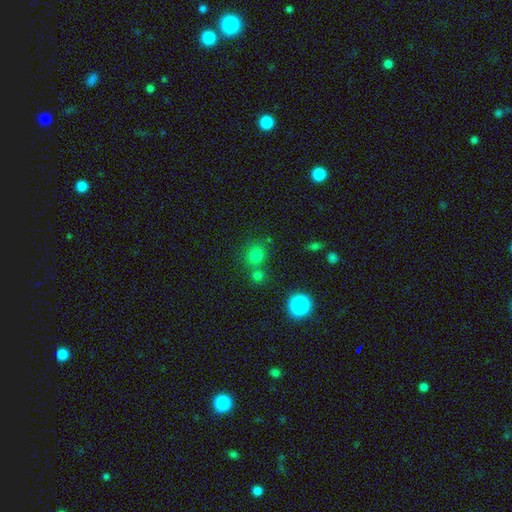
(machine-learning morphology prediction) A smooth galaxy with no disk features (75%) that is round (84%).

Vote fractions:
- Smooth or featured? smooth: 75% / star or artifact: 19% / featured or disk: 7%
- How rounded? round: 84% / in between: 15% / cigar-shaped: 1%
- Merging? none: 65% / merger: 23% / minor disturbance: 9% / major disturbance: 4%